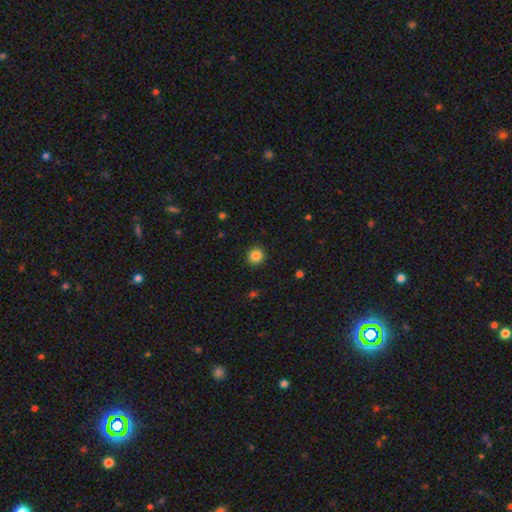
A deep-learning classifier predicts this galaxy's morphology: Overall: smooth (85%). How rounded: round (93%). Merging: none (91%).